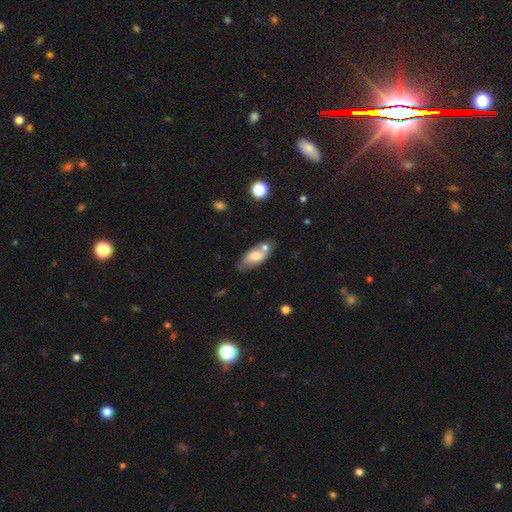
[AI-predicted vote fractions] smooth 66%, featured or disk 27%, star or artifact 7%. Down the decision tree: how rounded — in between (82%); merging — none (56%).